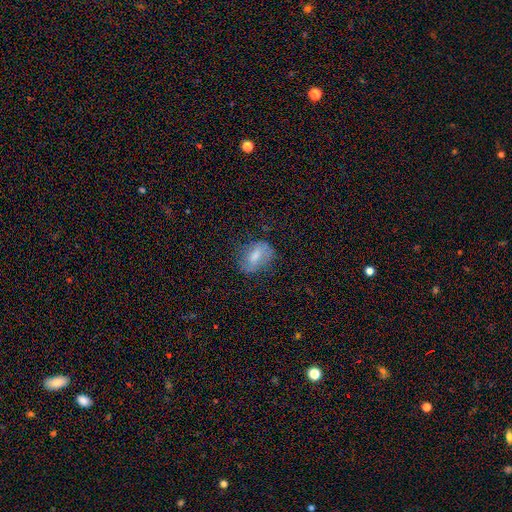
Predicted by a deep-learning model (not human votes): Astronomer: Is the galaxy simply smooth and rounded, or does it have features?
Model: smooth — 63%.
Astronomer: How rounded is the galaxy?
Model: in between — 78%.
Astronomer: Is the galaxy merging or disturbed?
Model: none — 60%.